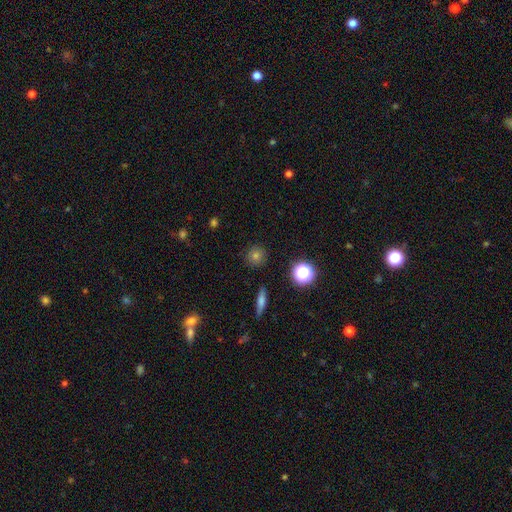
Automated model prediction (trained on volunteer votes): This is likely a smooth galaxy (73%). How rounded: clearly round (92%). Merging: clearly none (88%).